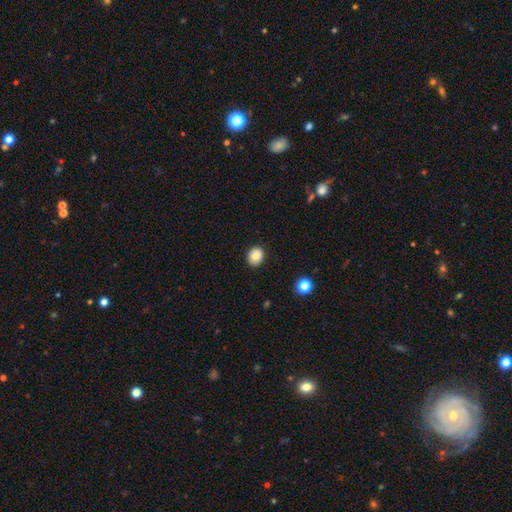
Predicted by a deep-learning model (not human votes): Overall: smooth (86%). How rounded: round (58%; in between 41%). Merging: none (89%).